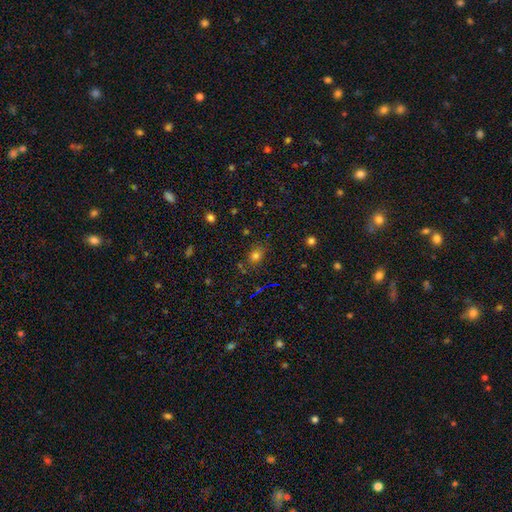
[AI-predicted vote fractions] Smooth or featured? Predicted: smooth (p=0.71). How rounded? Predicted: round (p=0.50). Merging? Predicted: none (p=0.76).